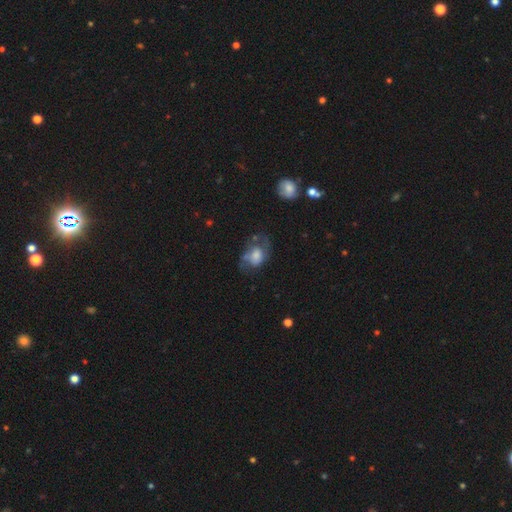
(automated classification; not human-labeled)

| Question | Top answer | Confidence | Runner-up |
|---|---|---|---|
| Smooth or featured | smooth | 48% | featured or disk (43%) |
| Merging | none | 38% | major disturbance (32%) |